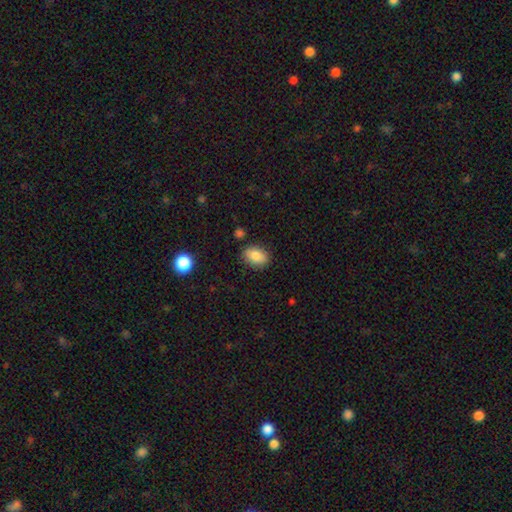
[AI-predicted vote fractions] The model was most divided on "how rounded": in between: 80%, round: 19%, cigar-shaped: 1%. More confident: smooth or featured — smooth (85%); merging — none (83%).